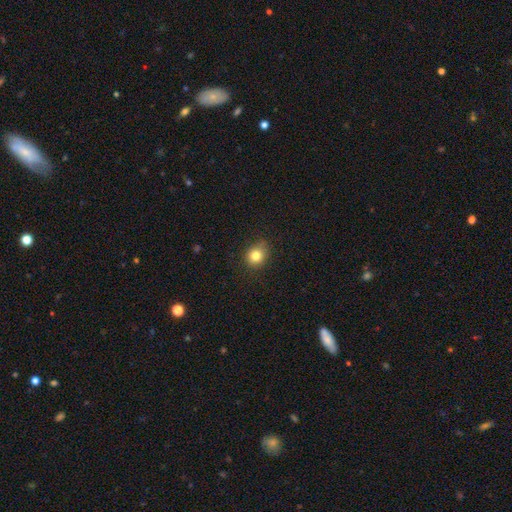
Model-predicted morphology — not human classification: type=smooth (81%); roundness=round (69%); merging=none (80%).